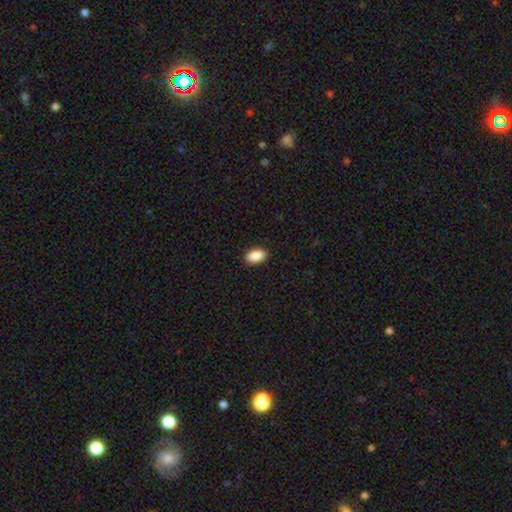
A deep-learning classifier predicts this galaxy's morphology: Q: Smooth or featured?
A: smooth (90%); runner-up: star or artifact (7%)
Q: How rounded?
A: in between (93%); runner-up: round (5%)
Q: Merging?
A: none (90%); runner-up: minor disturbance (8%)